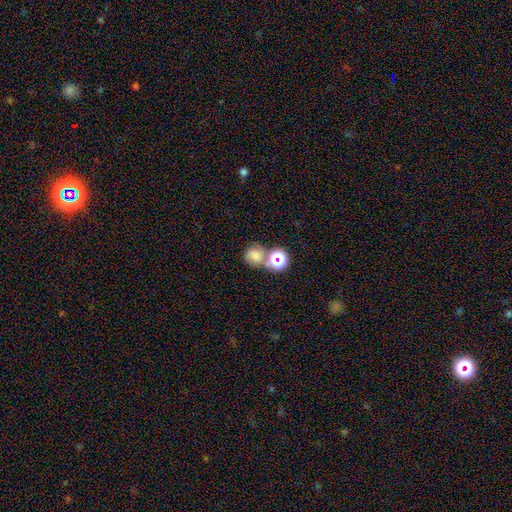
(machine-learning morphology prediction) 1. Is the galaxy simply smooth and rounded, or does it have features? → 53% smooth, 26% star or artifact, 20% featured or disk.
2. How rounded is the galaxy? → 70% round, 29% in between, 1% cigar-shaped.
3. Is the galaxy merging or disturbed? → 49% none, 30% merger, 13% minor disturbance, 8% major disturbance.